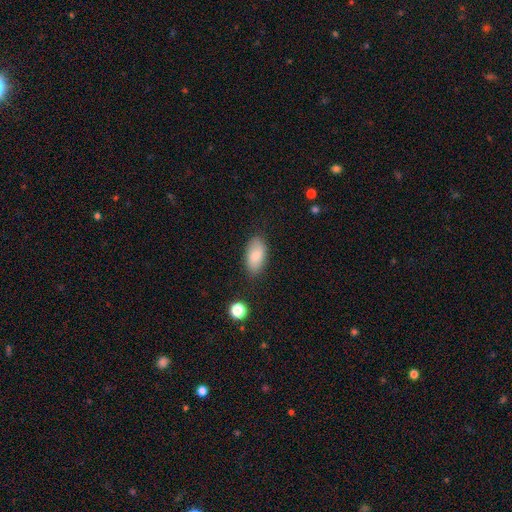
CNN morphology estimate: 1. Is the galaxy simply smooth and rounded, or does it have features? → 83% smooth, 10% featured or disk, 7% star or artifact.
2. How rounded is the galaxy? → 93% in between, 3% round, 3% cigar-shaped.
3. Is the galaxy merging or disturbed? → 81% none, 14% minor disturbance, 3% major disturbance, 2% merger.